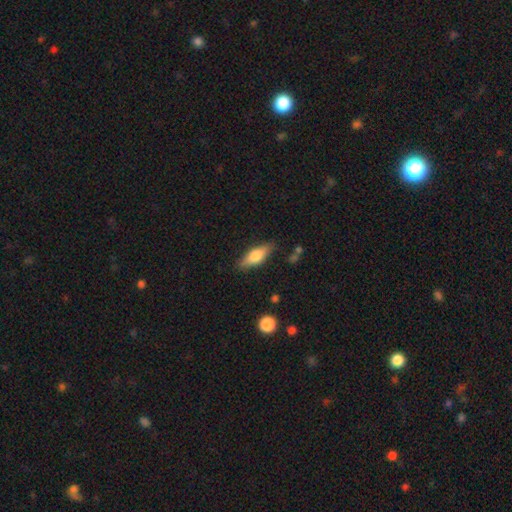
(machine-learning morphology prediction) A smooth galaxy with no disk features (66%) that is in between round and cigar-shaped (63%). Merging: none (83%).